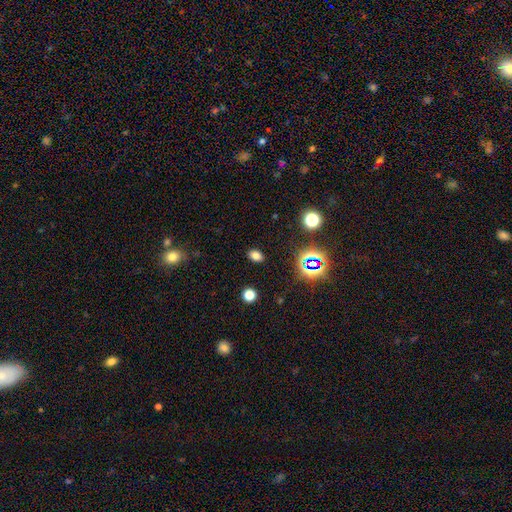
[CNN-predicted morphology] The model was most divided on "smooth or featured": smooth: 72%, star or artifact: 21%, featured or disk: 6%. More confident: merging — none (87%); how rounded — in between (81%).